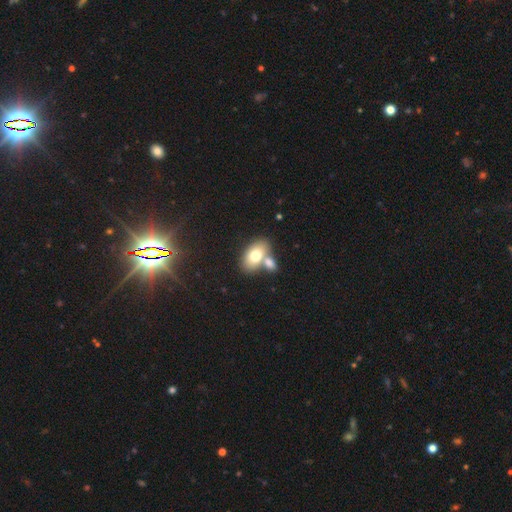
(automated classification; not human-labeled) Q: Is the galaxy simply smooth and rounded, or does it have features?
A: smooth — 72%.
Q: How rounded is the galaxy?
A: in between — 90%.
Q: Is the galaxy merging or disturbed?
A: none — 45%.